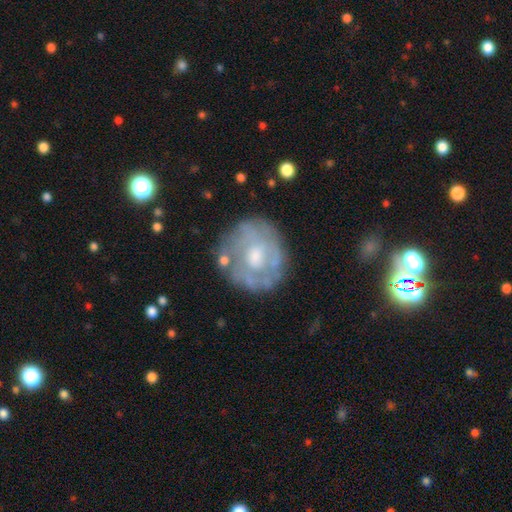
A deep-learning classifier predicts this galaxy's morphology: Smooth or featured? Predicted: featured or disk (p=0.60). Edge-on disk? Predicted: no (p=0.97). Bar? Predicted: no (p=0.76). Spiral arms? Predicted: no (p=0.62). Bulge size? Predicted: moderate (p=0.59). Merging? Predicted: none (p=0.71).